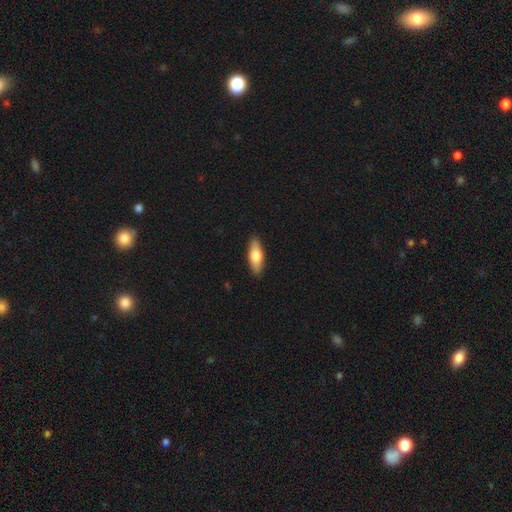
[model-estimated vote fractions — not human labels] The model was most divided on "how rounded": in between: 63%, cigar-shaped: 35%, round: 2%. More confident: merging — none (90%); smooth or featured — smooth (68%).